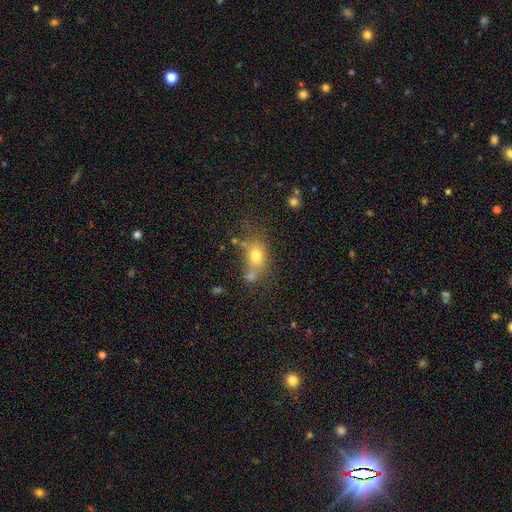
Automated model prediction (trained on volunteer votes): A smooth galaxy with no disk features (72%) that is in between round and cigar-shaped (60%). Merging: none (47%).